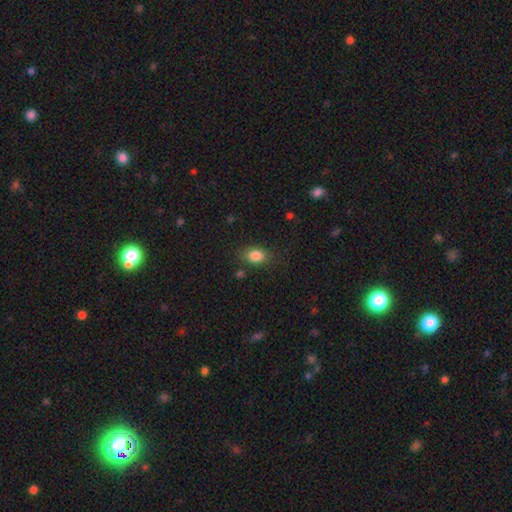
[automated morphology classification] Smooth or featured?
  - smooth: 84% *
  - star or artifact: 10%
  - featured or disk: 6%
How rounded?
  - in between: 72% *
  - round: 27%
  - cigar-shaped: 2%
Merging?
  - none: 80% *
  - minor disturbance: 14%
  - major disturbance: 4%
  - merger: 2%